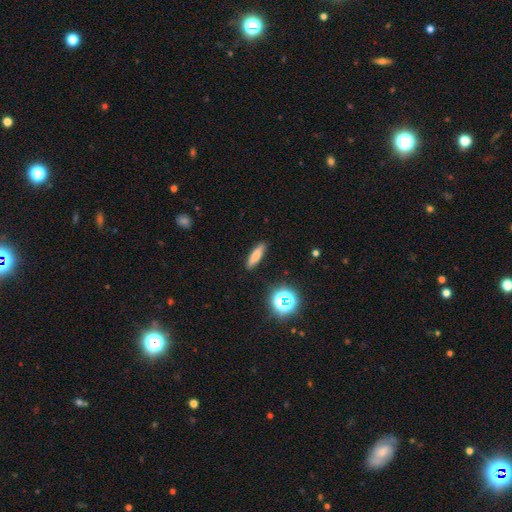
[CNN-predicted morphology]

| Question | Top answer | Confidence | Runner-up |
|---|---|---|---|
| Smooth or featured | smooth | 76% | star or artifact (12%) |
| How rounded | cigar-shaped | 71% | in between (26%) |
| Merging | none | 89% | minor disturbance (7%) |